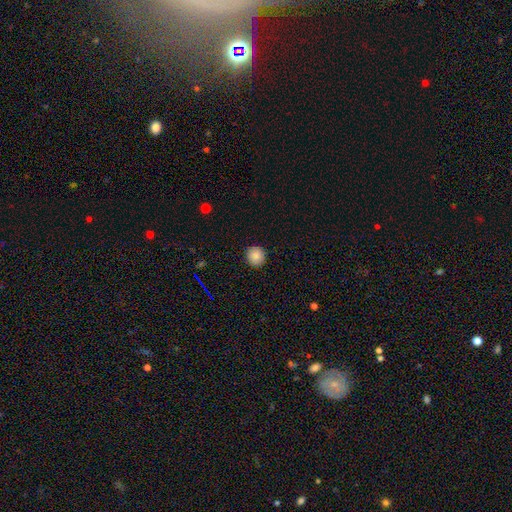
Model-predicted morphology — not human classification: A smooth galaxy with no disk features (84%) that is round (93%). Merging: none (91%).